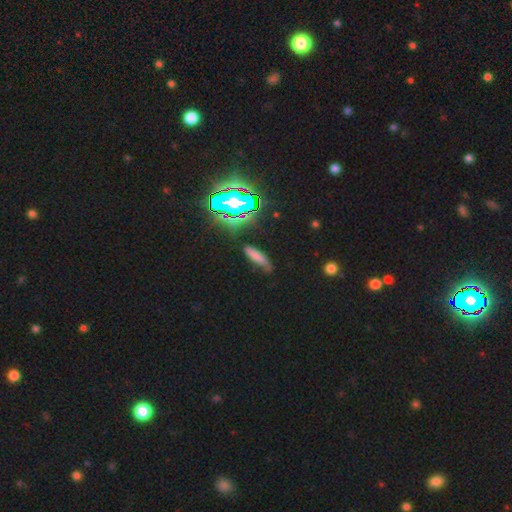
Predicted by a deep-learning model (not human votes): A smooth galaxy with no disk features (61%) that is cigar-shaped (64%).

Vote fractions:
- Smooth or featured? smooth: 61% / star or artifact: 23% / featured or disk: 16%
- How rounded? cigar-shaped: 64% / in between: 33% / round: 3%
- Merging? none: 70% / minor disturbance: 20% / major disturbance: 7% / merger: 3%